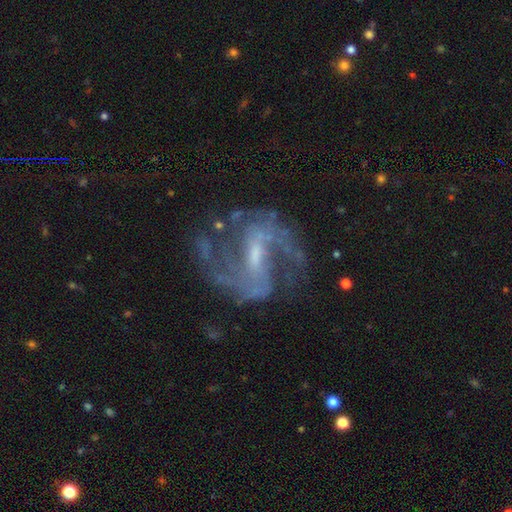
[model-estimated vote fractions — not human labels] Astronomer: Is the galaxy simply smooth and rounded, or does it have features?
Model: featured or disk — 89%.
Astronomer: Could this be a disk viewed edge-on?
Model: no — 97%.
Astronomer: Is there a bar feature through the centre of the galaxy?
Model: weak — 50% (runner-up: strong, 36%).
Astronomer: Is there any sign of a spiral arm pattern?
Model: yes — 97%.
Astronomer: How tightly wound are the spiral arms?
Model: medium — 56%.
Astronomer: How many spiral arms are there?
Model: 2 — 76%.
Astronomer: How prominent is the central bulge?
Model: small — 51% (runner-up: moderate, 32%).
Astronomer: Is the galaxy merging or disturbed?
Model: none — 69%.